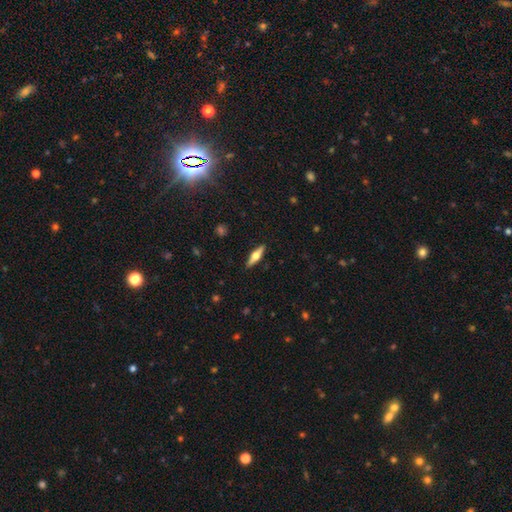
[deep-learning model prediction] Smooth or featured: featured or disk — 55% (smooth — 39%)
Edge-on disk: yes — 94% (no — 6%)
Edge-on bulge: rounded — 94% (boxy — 4%)
Merging: none — 90% (minor disturbance — 7%)